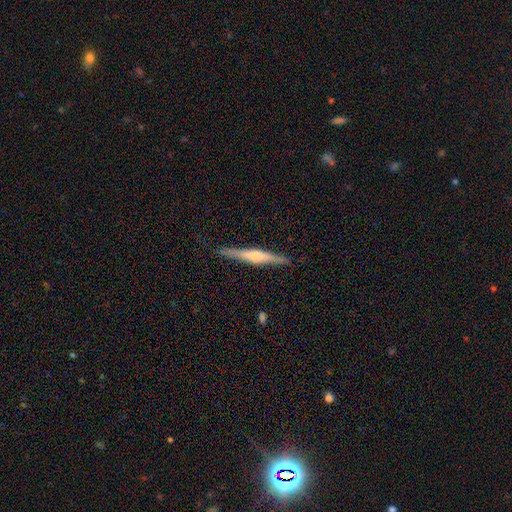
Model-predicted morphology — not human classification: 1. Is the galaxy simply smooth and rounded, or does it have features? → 63% featured or disk, 31% smooth, 5% star or artifact.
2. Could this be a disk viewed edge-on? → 98% yes, 2% no.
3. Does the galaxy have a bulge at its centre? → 58% rounded, 25% boxy, 17% none.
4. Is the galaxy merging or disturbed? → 89% none, 8% minor disturbance, 2% major disturbance, 1% merger.